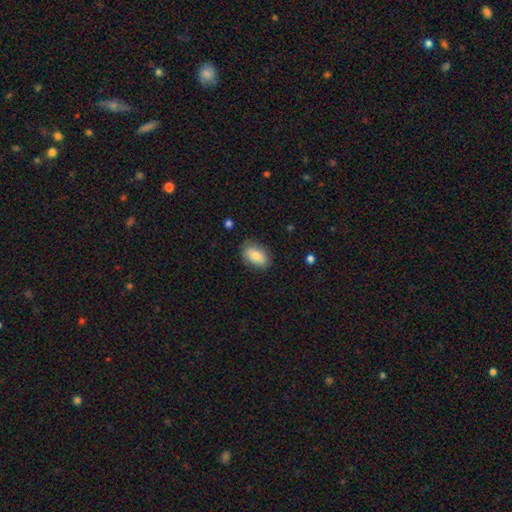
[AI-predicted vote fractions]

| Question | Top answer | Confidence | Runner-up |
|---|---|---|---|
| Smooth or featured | smooth | 79% | featured or disk (14%) |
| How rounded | in between | 90% | round (8%) |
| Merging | none | 82% | minor disturbance (14%) |